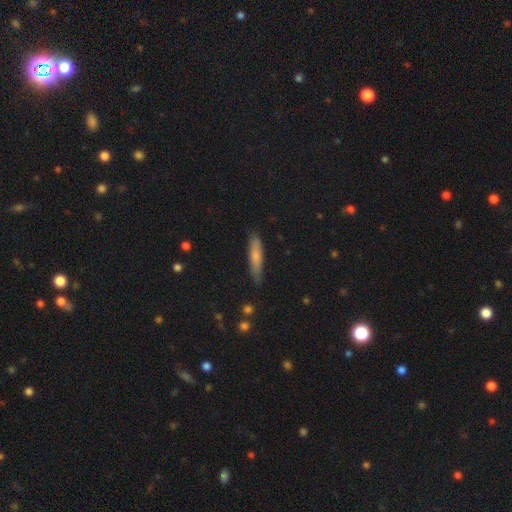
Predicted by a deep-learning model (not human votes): Smooth or featured?
  - smooth: 72% *
  - featured or disk: 22%
  - star or artifact: 6%
How rounded?
  - cigar-shaped: 83% *
  - in between: 15%
  - round: 2%
Merging?
  - none: 81% *
  - minor disturbance: 15%
  - major disturbance: 2%
  - merger: 1%